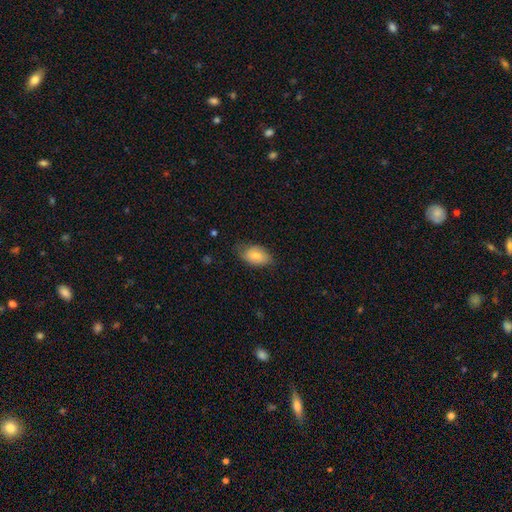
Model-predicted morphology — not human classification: A smooth galaxy with no disk features (77%) that is in between round and cigar-shaped (91%).

Vote fractions:
- Smooth or featured? smooth: 77% / featured or disk: 16% / star or artifact: 7%
- How rounded? in between: 91% / round: 7% / cigar-shaped: 2%
- Merging? none: 63% / minor disturbance: 29% / major disturbance: 7% / merger: 1%